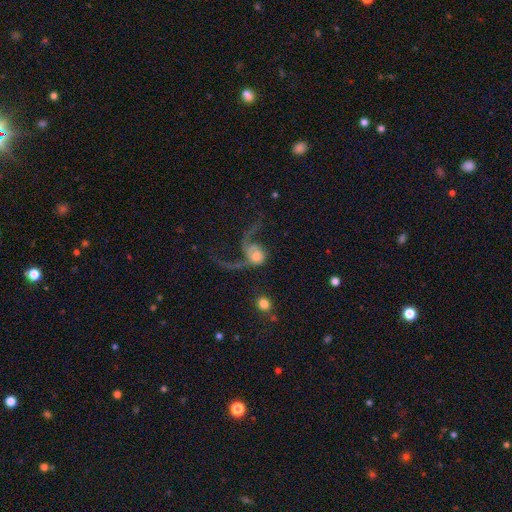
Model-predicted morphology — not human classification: The model was most divided on "bulge size": moderate: 35%, large: 23%, small: 22%, none: 13%, dominant: 8%. More confident: edge-on disk — no (97%); spiral arms — yes (77%); bar — no (74%); smooth or featured — featured or disk (62%); merging — major disturbance (52%).